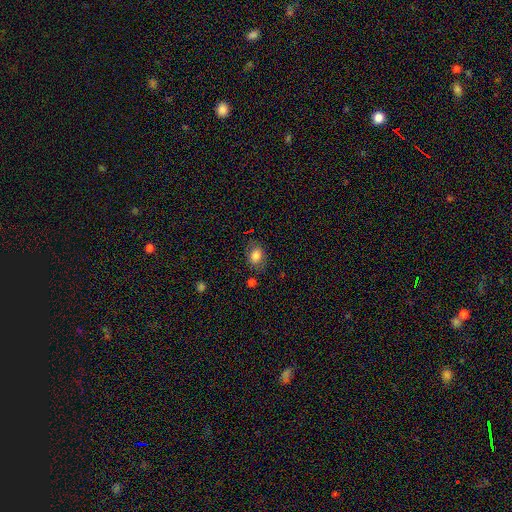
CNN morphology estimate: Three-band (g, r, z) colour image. It shows a smooth galaxy with no disk features (80%) that is in between round and cigar-shaped (65%). Merging: none (75%).